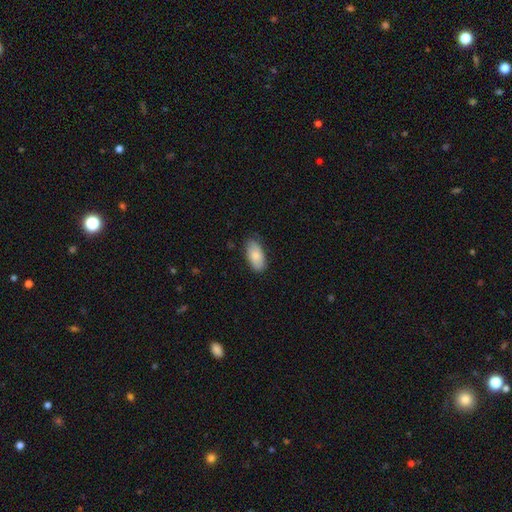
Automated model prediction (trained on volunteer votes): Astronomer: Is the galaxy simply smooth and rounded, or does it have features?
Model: smooth — 81%.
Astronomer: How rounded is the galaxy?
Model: in between — 93%.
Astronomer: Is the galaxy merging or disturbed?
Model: none — 80%.